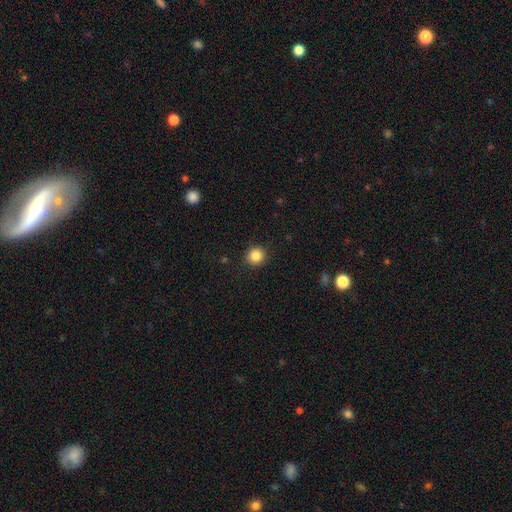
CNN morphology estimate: smooth_or_featured: smooth (p=0.86) [alt: star or artifact p=0.10]
how_rounded: round (p=0.89) [alt: in between p=0.10]
merging: none (p=0.89) [alt: minor disturbance p=0.07]